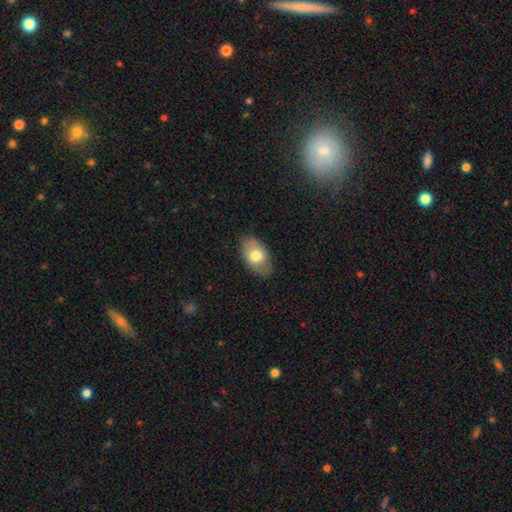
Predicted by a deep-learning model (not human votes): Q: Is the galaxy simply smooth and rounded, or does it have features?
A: smooth — 69%.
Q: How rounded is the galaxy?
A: in between — 90%.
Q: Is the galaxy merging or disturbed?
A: none — 80%.